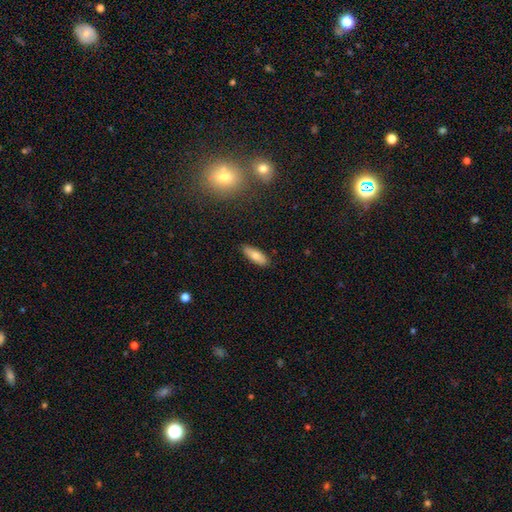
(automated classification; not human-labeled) smooth-or-featured: smooth: 76% | featured or disk: 17% | star or artifact: 7%
  how-rounded: in between: 69% | cigar-shaped: 29% | round: 2%
  merging: none: 86% | minor disturbance: 11% | major disturbance: 2% | merger: 1%